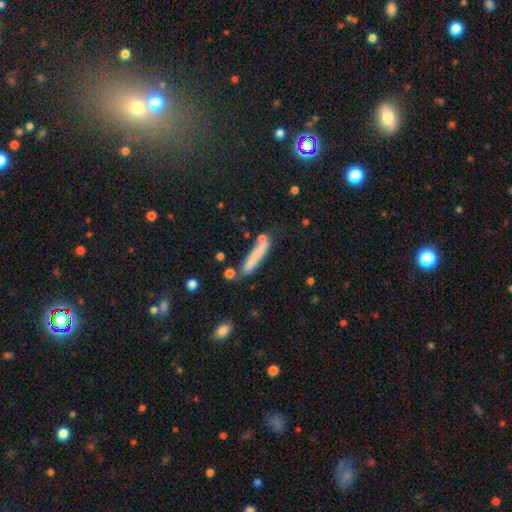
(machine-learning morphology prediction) The model was most divided on "merging": none: 69%, minor disturbance: 17%, merger: 9%, major disturbance: 5%. More confident: how rounded — cigar-shaped (89%); smooth or featured — smooth (74%).